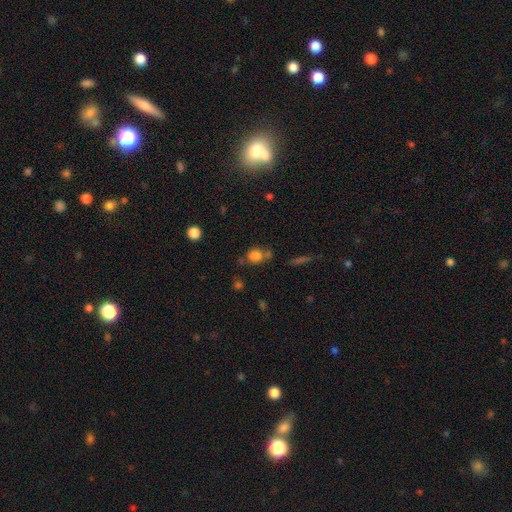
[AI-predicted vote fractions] A smooth galaxy with no disk features (76%) that is round (50%).

Vote fractions:
- Smooth or featured? smooth: 76% / star or artifact: 15% / featured or disk: 10%
- How rounded? round: 50% / in between: 48% / cigar-shaped: 2%
- Merging? none: 51% / merger: 23% / minor disturbance: 18% / major disturbance: 8%